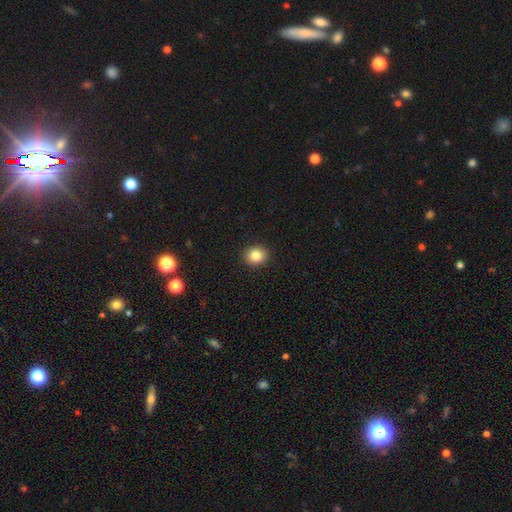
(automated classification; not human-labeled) Smooth or featured: smooth — 84% (star or artifact — 10%)
How rounded: round — 80% (in between — 19%)
Merging: none — 92% (minor disturbance — 5%)